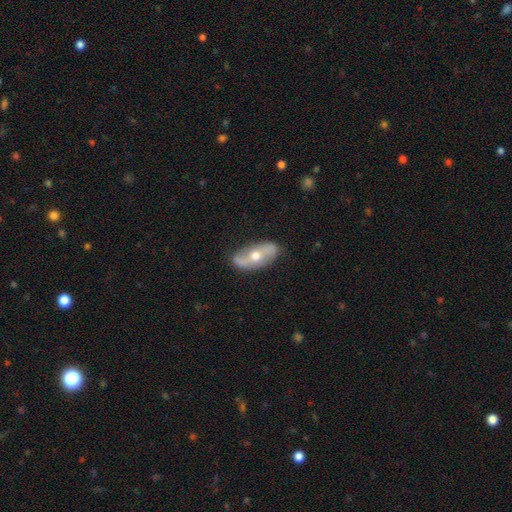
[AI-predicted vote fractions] Smooth or featured? featured or disk (65%)
Edge-on disk? no (84%)
Bar? no (54%)
Spiral arms? yes (69%)
Bulge size? moderate (76%)
Merging? none (79%)